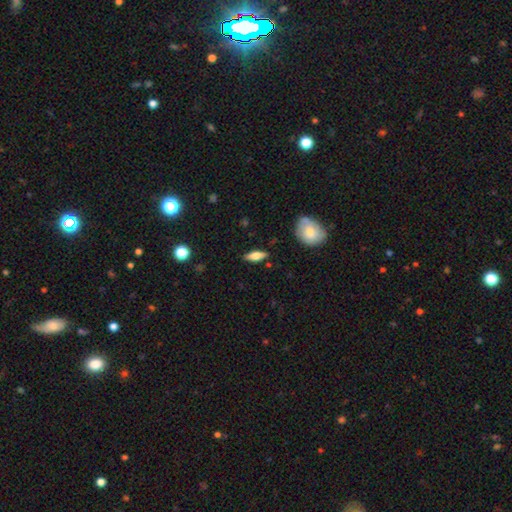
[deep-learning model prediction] Overall: smooth (61%; featured or disk 32%). How rounded: in between (65%; cigar-shaped 32%). Merging: none (85%).